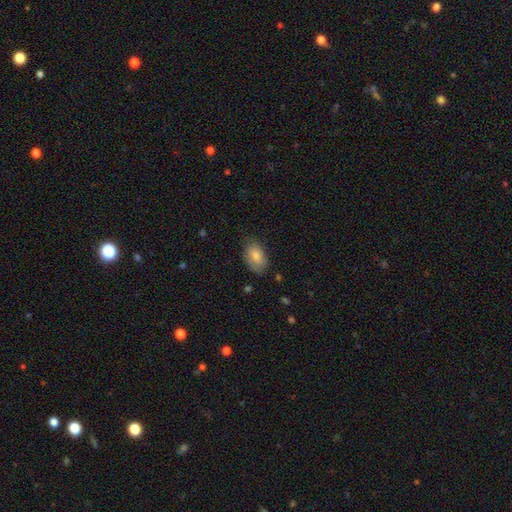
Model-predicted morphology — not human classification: type=smooth (77%); roundness=in between (89%); merging=none (74%).